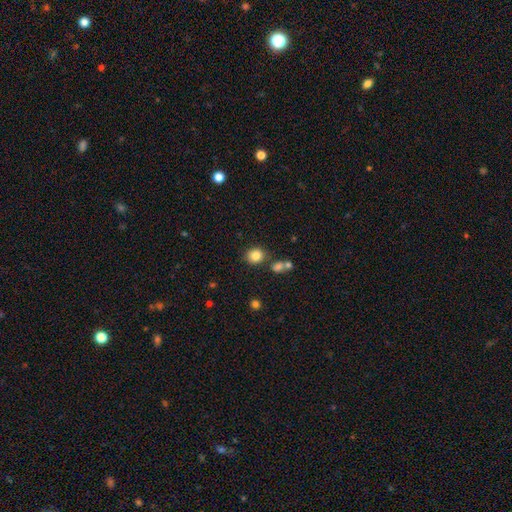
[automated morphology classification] smooth 83%, star or artifact 11%, featured or disk 6%. Down the decision tree: how rounded — round (80%); merging — none (78%).